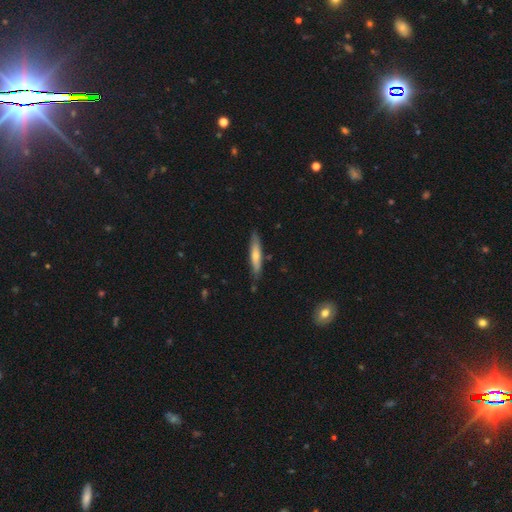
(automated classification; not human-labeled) A smooth galaxy with no disk features (61%) that is cigar-shaped (86%).

Vote fractions:
- Smooth or featured? smooth: 61% / featured or disk: 34% / star or artifact: 5%
- How rounded? cigar-shaped: 86% / in between: 13% / round: 1%
- Merging? none: 80% / minor disturbance: 16% / major disturbance: 2% / merger: 2%